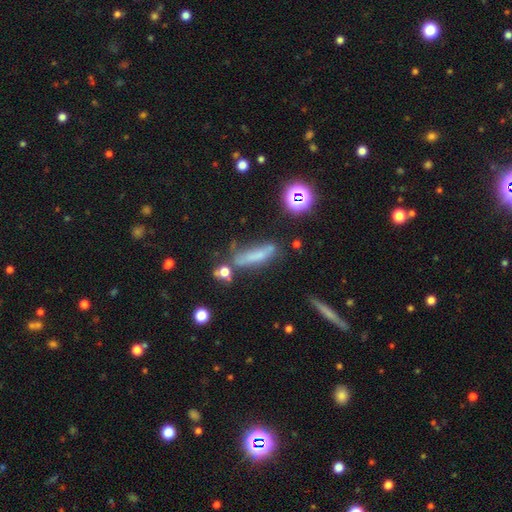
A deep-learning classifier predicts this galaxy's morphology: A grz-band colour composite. It shows a smooth galaxy with no disk features (54%) that is cigar-shaped (71%). Merging: none (49%).